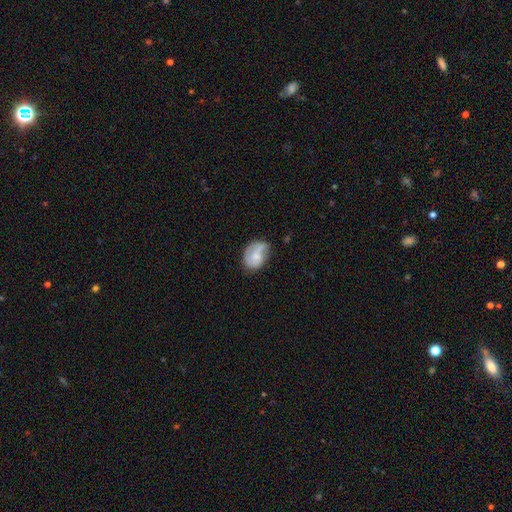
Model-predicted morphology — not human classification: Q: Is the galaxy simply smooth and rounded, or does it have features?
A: smooth — 51%.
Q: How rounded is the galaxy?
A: in between — 66%.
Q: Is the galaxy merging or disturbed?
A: none — 43%.